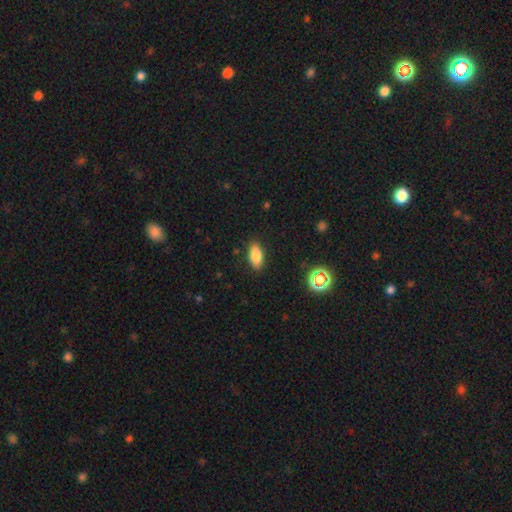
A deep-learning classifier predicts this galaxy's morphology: Smooth or featured: smooth — 81% (featured or disk — 10%)
How rounded: in between — 84% (cigar-shaped — 12%)
Merging: none — 88% (minor disturbance — 9%)